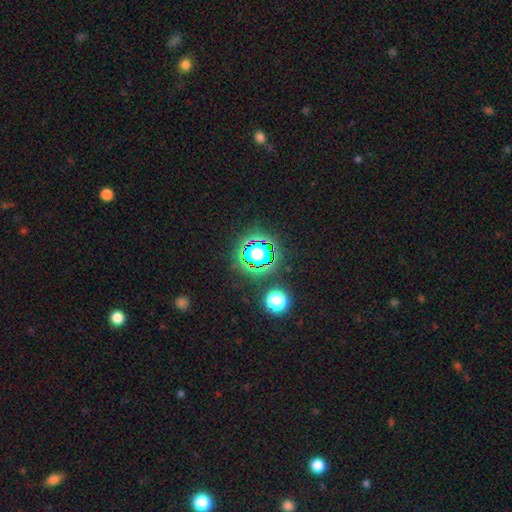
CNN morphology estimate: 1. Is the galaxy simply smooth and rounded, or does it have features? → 61% star or artifact, 27% smooth, 12% featured or disk.